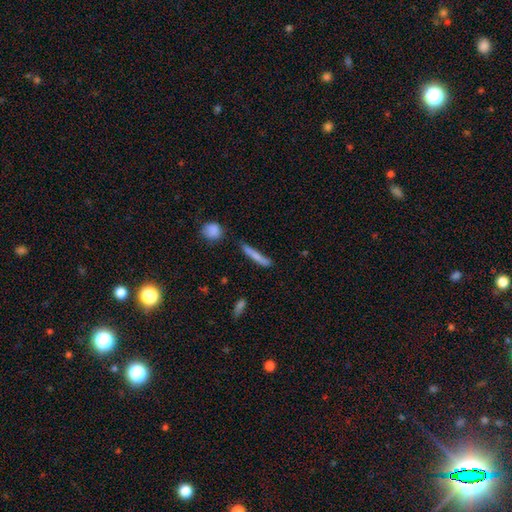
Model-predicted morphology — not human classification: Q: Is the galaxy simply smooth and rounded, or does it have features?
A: smooth — 72%.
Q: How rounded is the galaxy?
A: cigar-shaped — 93%.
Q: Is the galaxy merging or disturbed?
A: none — 70%.